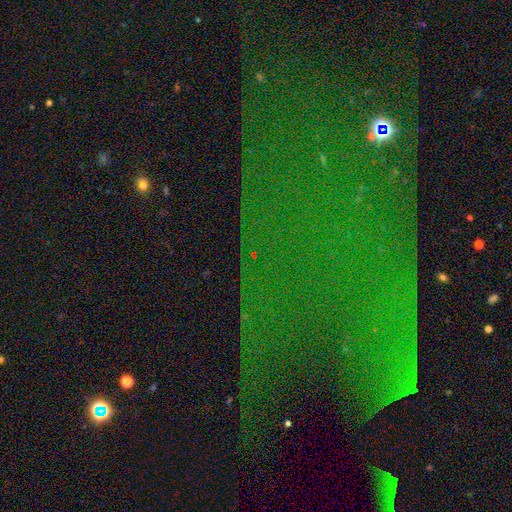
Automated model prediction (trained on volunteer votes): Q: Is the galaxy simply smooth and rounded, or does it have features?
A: star or artifact — 83%.